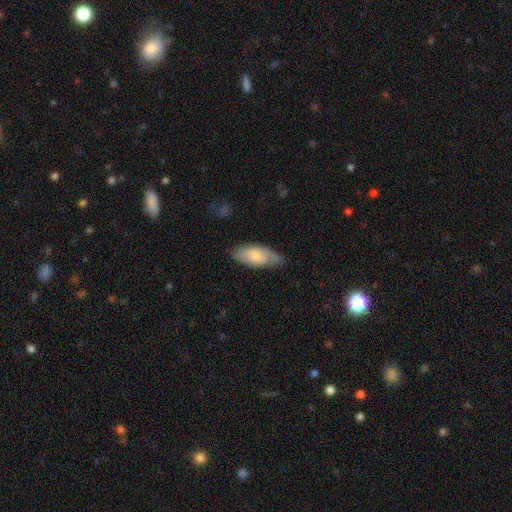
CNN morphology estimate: A smooth galaxy with no disk features (65%) that is in between round and cigar-shaped (87%). Merging: none (72%).